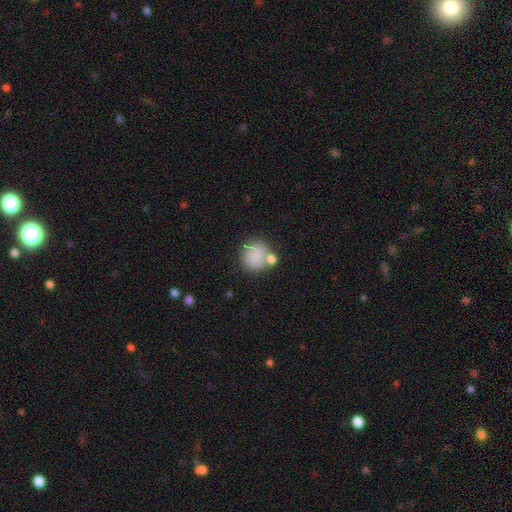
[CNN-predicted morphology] Smooth or featured? Predicted: smooth (p=0.82). How rounded? Predicted: round (p=0.87). Merging? Predicted: none (p=0.58).